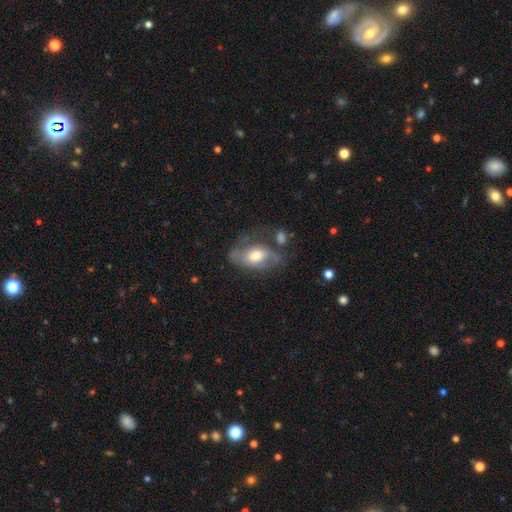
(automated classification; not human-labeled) Smooth or featured?
  - featured or disk: 53% *
  - smooth: 40%
  - star or artifact: 7%
Edge-on disk?
  - no: 90% *
  - yes: 10%
Merging?
  - none: 42% *
  - minor disturbance: 27%
  - major disturbance: 21%
  - merger: 10%